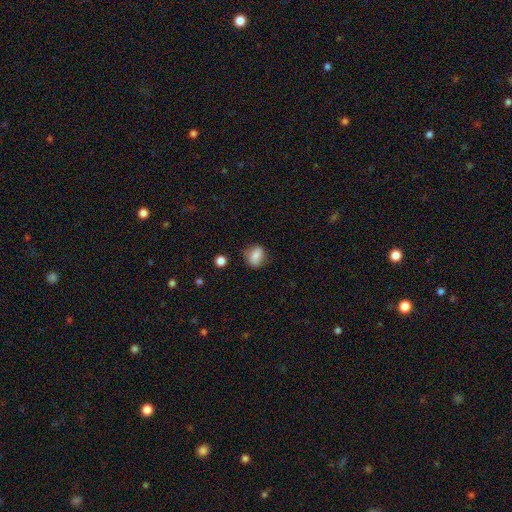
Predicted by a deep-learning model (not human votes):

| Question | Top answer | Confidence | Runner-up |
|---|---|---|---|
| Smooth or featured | smooth | 83% | star or artifact (9%) |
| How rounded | in between | 49% | tied: round (49%) |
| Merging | none | 75% | minor disturbance (18%) |